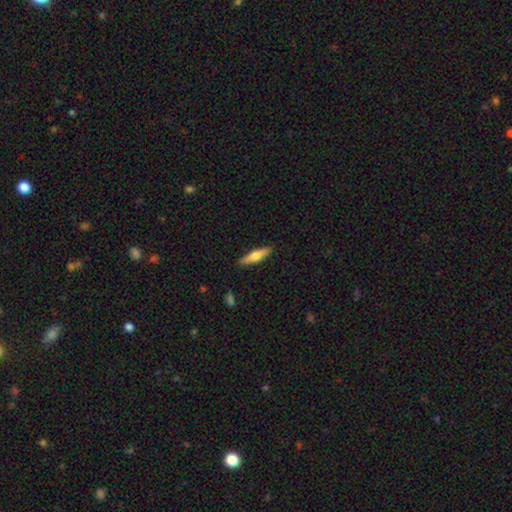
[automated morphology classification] This is possibly a smooth galaxy (53%). How rounded: likely cigar-shaped (76%). Merging: clearly none (90%).